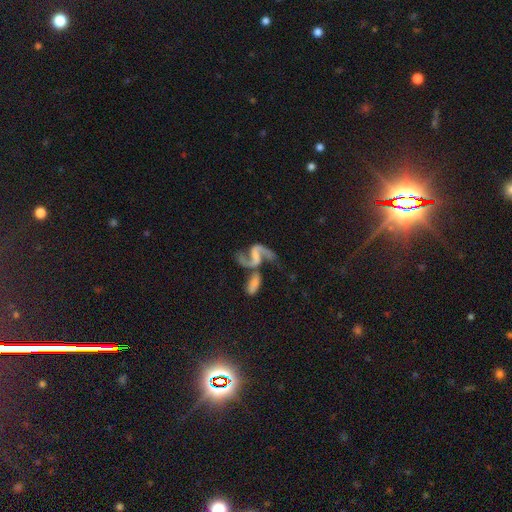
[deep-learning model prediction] Morphology: type=featured or disk (87%); edge-on=no (97%); bar=weak (43%); spiral arms=yes (95%); winding=loose (68%); arm count=2 (90%); bulge=none (41%); merging=none (38%).